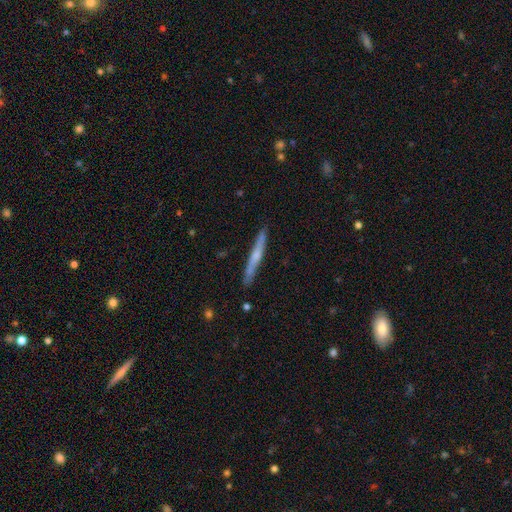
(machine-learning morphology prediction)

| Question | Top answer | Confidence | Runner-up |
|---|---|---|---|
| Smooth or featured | featured or disk | 54% | smooth (40%) |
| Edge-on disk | yes | 96% | no (4%) |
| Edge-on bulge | rounded | 47% | none (44%) |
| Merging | none | 88% | minor disturbance (9%) |